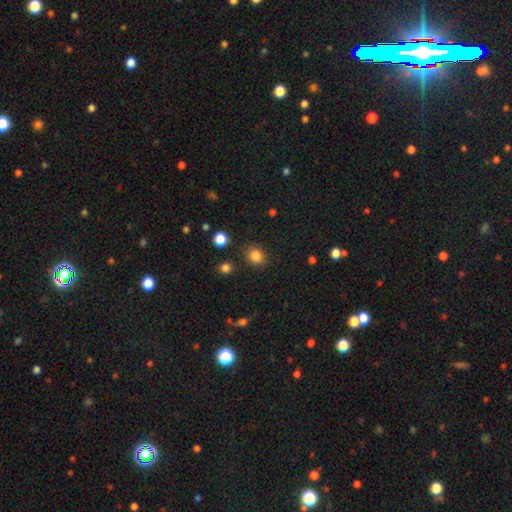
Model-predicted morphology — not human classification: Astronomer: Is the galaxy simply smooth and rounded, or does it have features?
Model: smooth — 83%.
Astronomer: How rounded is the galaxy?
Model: round — 67%.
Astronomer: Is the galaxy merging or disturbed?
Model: none — 83%.